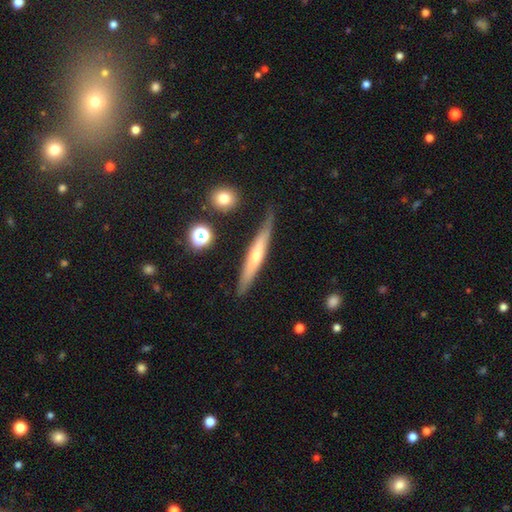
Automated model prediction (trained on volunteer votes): Q: Smooth or featured?
A: featured or disk (65%); runner-up: smooth (28%)
Q: Edge-on disk?
A: yes (95%); runner-up: no (5%)
Q: Edge-on bulge?
A: rounded (70%); runner-up: none (25%)
Q: Merging?
A: none (84%); runner-up: minor disturbance (12%)